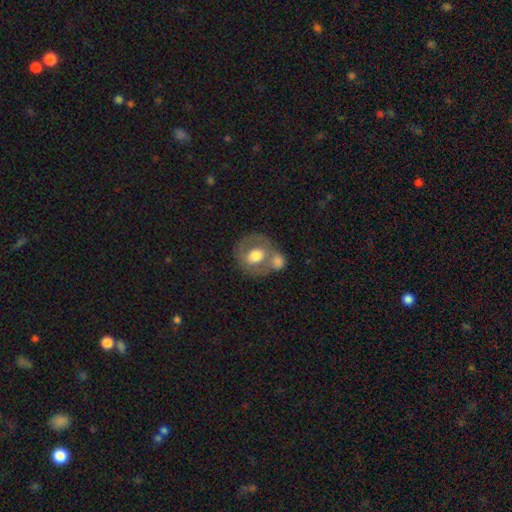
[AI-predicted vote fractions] smooth_or_featured: smooth (p=0.54) [alt: featured or disk p=0.39]
how_rounded: round (p=0.70) [alt: in between p=0.28]
merging: none (p=0.42) [alt: merger p=0.38]